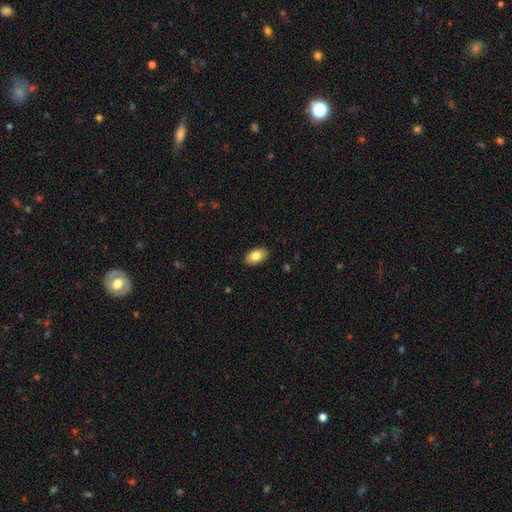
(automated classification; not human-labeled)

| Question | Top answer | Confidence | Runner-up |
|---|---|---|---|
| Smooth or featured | smooth | 82% | featured or disk (11%) |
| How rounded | in between | 93% | round (5%) |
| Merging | none | 89% | minor disturbance (8%) |